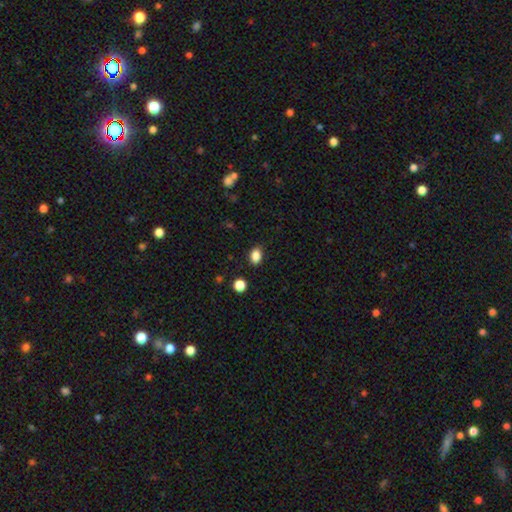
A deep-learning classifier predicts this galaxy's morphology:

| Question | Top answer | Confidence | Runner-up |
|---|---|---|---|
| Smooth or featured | smooth | 86% | star or artifact (10%) |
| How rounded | in between | 75% | round (23%) |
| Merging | none | 84% | minor disturbance (11%) |